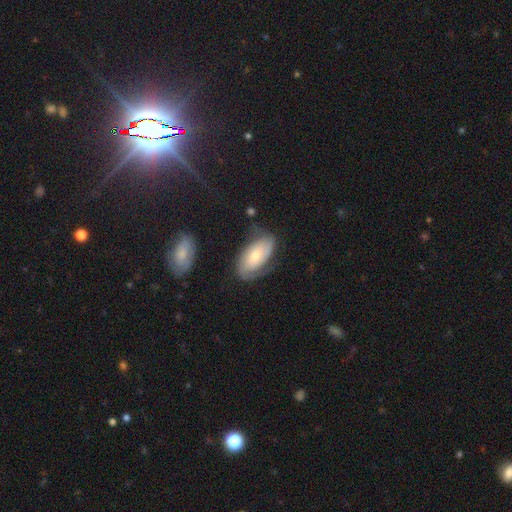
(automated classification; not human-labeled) Smooth or featured?
  - featured or disk: 57% *
  - smooth: 37%
  - star or artifact: 6%
Edge-on disk?
  - no: 93% *
  - yes: 7%
Bar?
  - no: 67% *
  - weak: 27%
  - strong: 7%
Spiral arms?
  - yes: 85% *
  - no: 15%
Bulge size?
  - moderate: 51% *
  - small: 39%
  - large: 6%
  - none: 2%
  - dominant: 1%
Merging?
  - none: 63% *
  - minor disturbance: 24%
  - major disturbance: 10%
  - merger: 3%